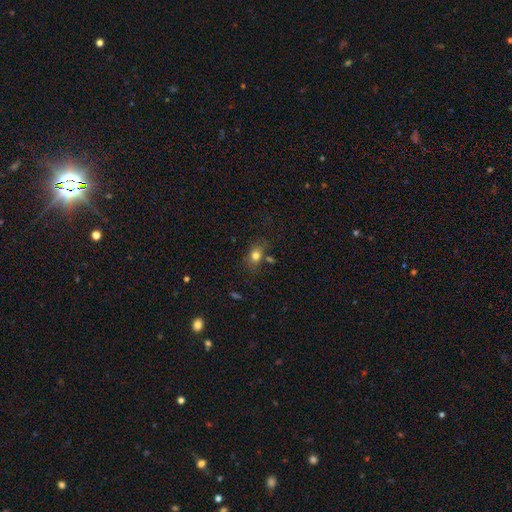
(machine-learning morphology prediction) smooth_or_featured: smooth (p=0.78) [alt: star or artifact p=0.12]
how_rounded: in between (p=0.67) [alt: round p=0.31]
merging: none (p=0.67) [alt: minor disturbance p=0.18]